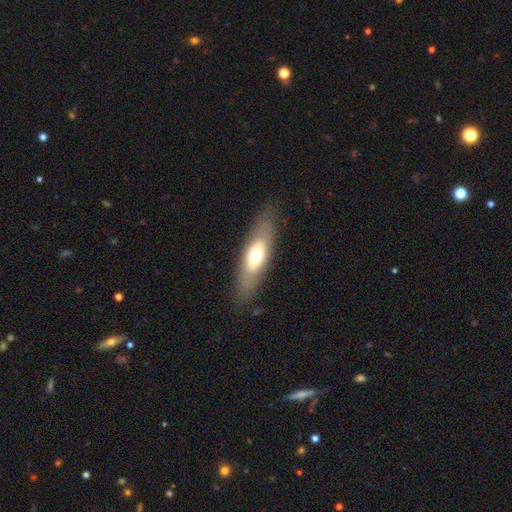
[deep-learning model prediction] Smooth or featured: smooth — 56% (featured or disk — 38%)
How rounded: in between — 53% (cigar-shaped — 45%)
Merging: none — 83% (minor disturbance — 12%)